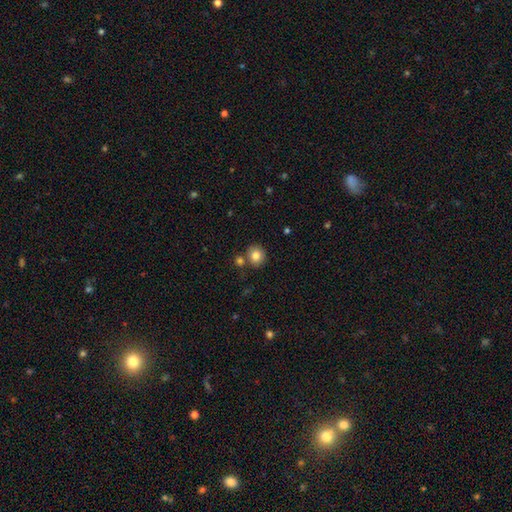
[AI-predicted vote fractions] Smooth or featured? smooth (81%)
How rounded? round (85%)
Merging? none (76%)